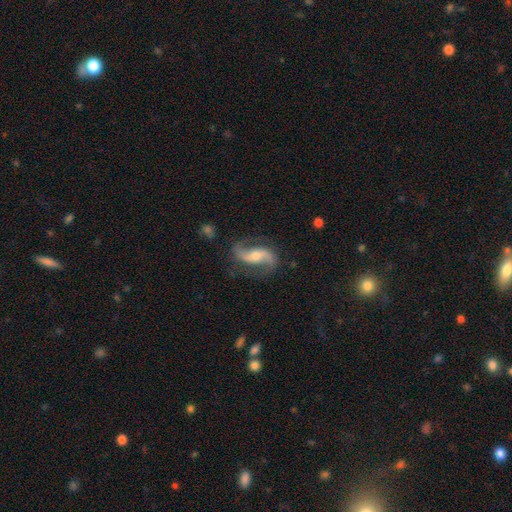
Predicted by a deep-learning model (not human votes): A featured or disk galaxy (88%) with no bar (39%), 2 (93%) loose (64%) spiral arms (97%) and a moderate central bulge (53%). Merging: none (78%).